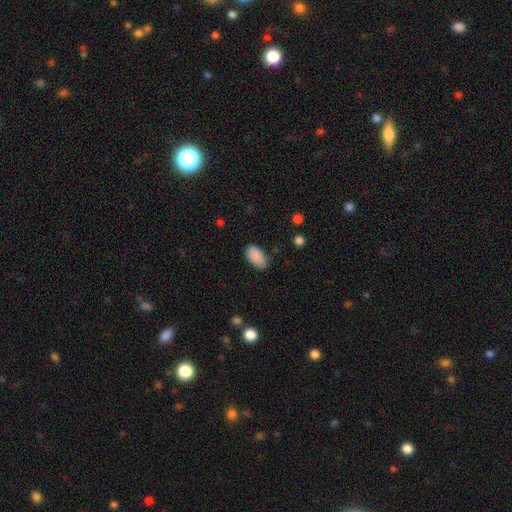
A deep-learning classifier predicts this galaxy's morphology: Q: Smooth or featured?
A: smooth (89%); runner-up: star or artifact (7%)
Q: How rounded?
A: in between (94%); runner-up: round (3%)
Q: Merging?
A: none (75%); runner-up: minor disturbance (20%)